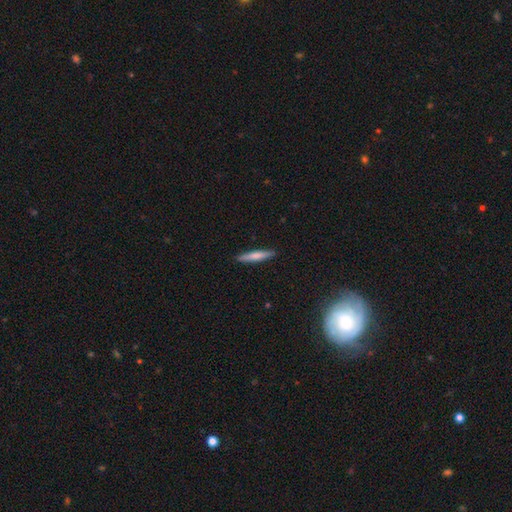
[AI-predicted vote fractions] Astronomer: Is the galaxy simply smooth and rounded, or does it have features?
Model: smooth — 69%.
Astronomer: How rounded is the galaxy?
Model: cigar-shaped — 92%.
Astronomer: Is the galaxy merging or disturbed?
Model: none — 91%.